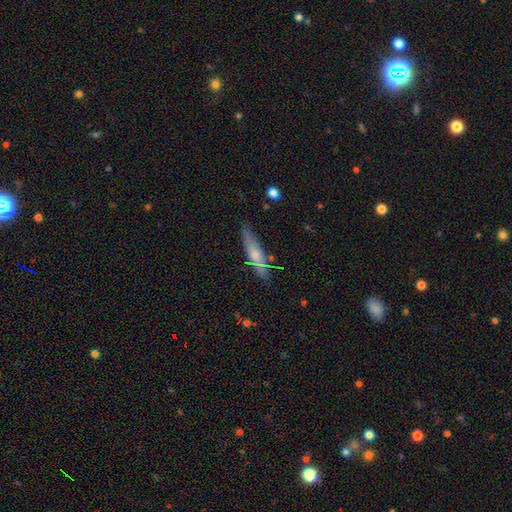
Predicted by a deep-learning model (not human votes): This is possibly a smooth galaxy (55%). How rounded: likely cigar-shaped (79%). Merging: likely none (78%).